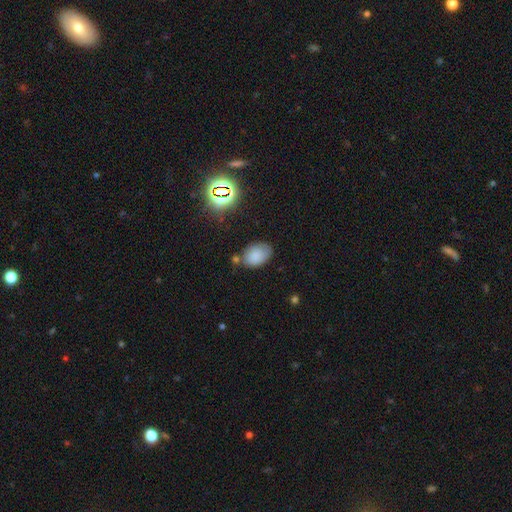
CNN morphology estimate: Smooth or featured: smooth — 81% (star or artifact — 11%)
How rounded: in between — 86% (round — 12%)
Merging: none — 65% (minor disturbance — 22%)